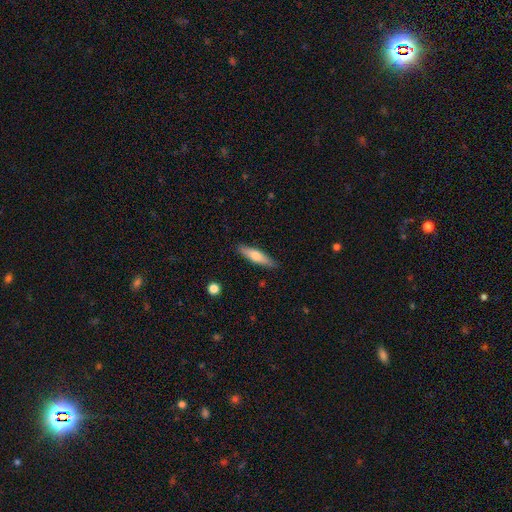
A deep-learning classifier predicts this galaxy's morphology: Overall: smooth (63%; featured or disk 32%). How rounded: cigar-shaped (71%). Merging: none (88%).